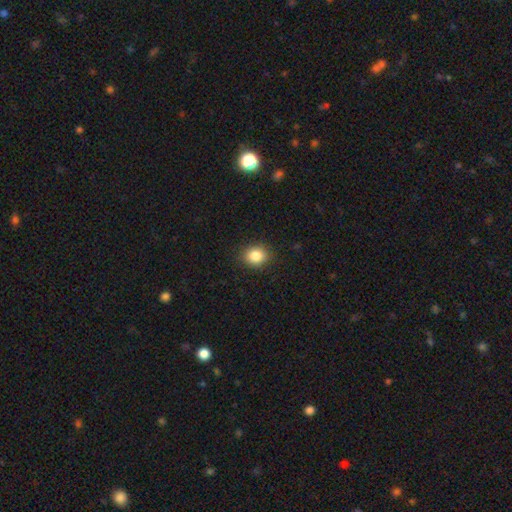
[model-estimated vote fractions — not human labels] A smooth galaxy with no disk features (85%) that is round (70%). Merging: none (89%).